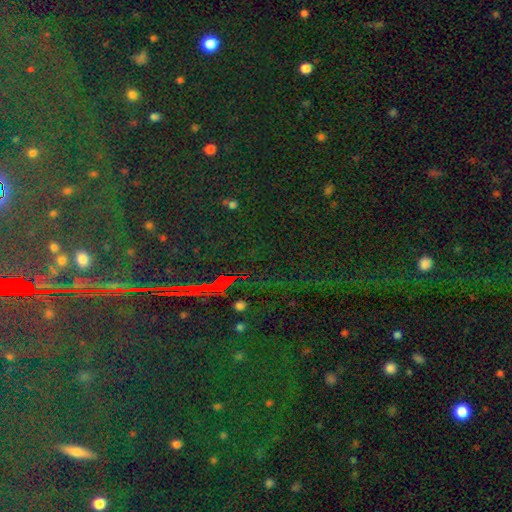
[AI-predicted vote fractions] A star or artifact, not a galaxy (82%).

Vote fractions:
- Smooth or featured? star or artifact: 82% / featured or disk: 9% / smooth: 9%